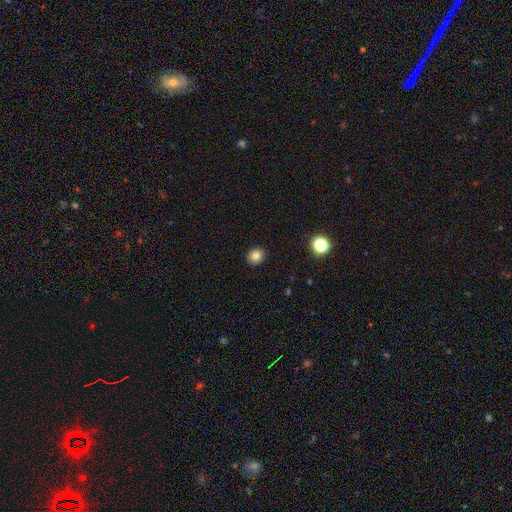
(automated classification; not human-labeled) Smooth or featured?
  - smooth: 82% *
  - star or artifact: 12%
  - featured or disk: 6%
How rounded?
  - round: 70% *
  - in between: 29%
  - cigar-shaped: 1%
Merging?
  - none: 91% *
  - minor disturbance: 6%
  - major disturbance: 2%
  - merger: 1%